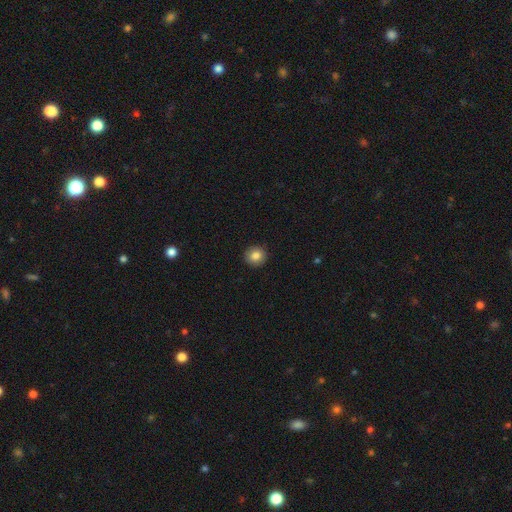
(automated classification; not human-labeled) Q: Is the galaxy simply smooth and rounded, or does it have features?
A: smooth — 83%.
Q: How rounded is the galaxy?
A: round — 90%.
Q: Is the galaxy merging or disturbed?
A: none — 92%.